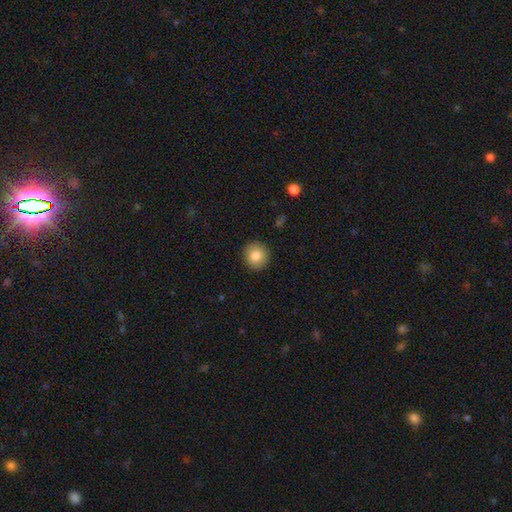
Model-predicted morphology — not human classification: Smooth or featured? Predicted: smooth (p=0.83). How rounded? Predicted: round (p=0.92). Merging? Predicted: none (p=0.92).